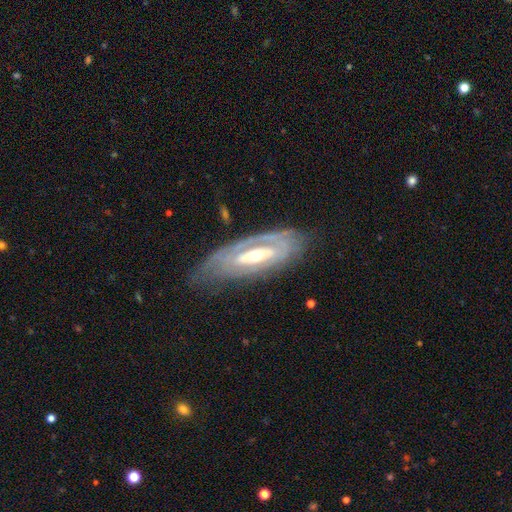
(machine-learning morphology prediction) Overall: featured or disk (80%). Edge-on disk: no (84%). Bar: no (54%; weak 26%). Spiral arms: yes (62%; no 38%). Bulge size: moderate (63%; small 28%). Merging: none (61%; minor disturbance 24%).